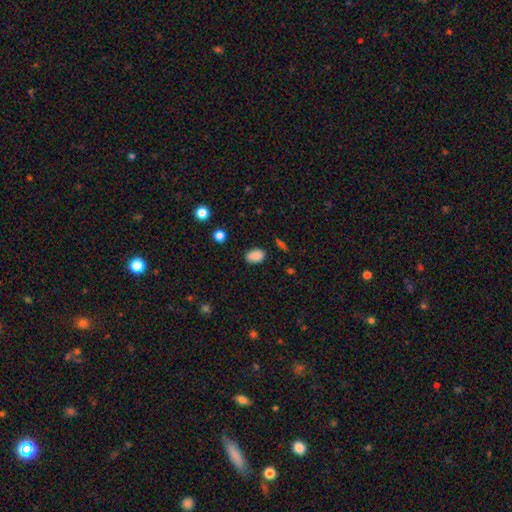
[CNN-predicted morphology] type=smooth (86%); roundness=in between (85%); merging=none (83%).